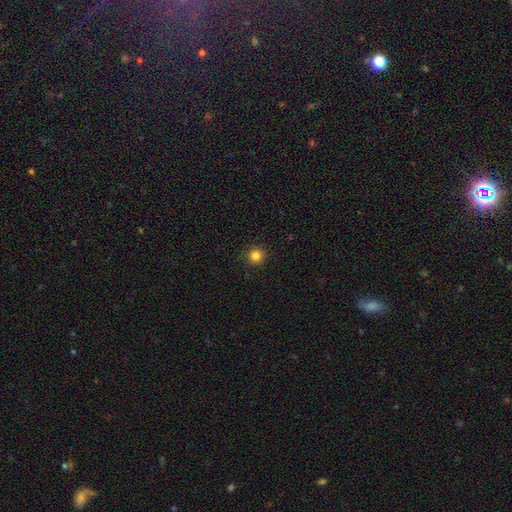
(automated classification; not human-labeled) Morphology: type=smooth (84%); roundness=round (95%); merging=none (91%).